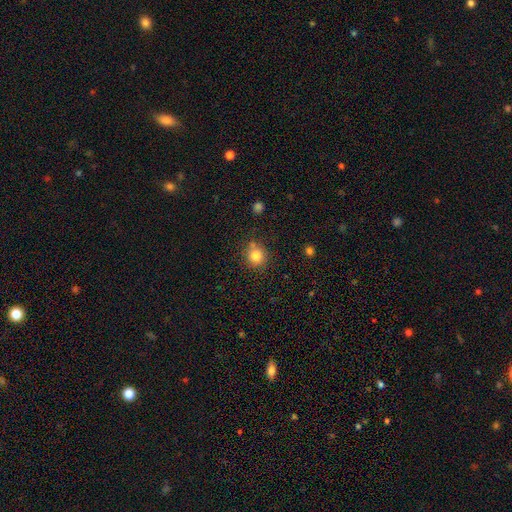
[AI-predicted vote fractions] smooth_or_featured: smooth (p=0.81) [alt: star or artifact p=0.12]
how_rounded: round (p=0.88) [alt: in between p=0.11]
merging: none (p=0.75) [alt: minor disturbance p=0.13]